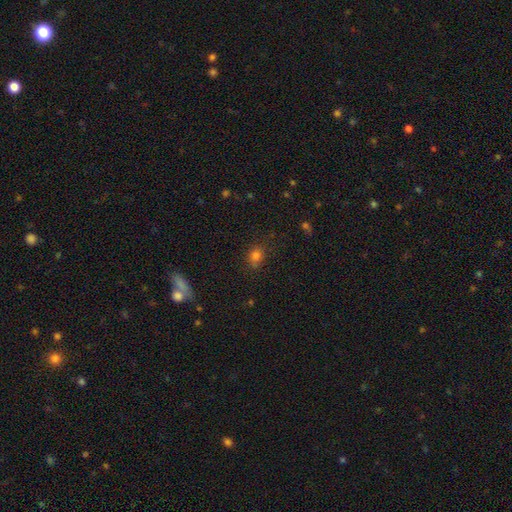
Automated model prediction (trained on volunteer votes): Smooth or featured?
  - smooth: 77% *
  - star or artifact: 17%
  - featured or disk: 6%
How rounded?
  - in between: 52% *
  - round: 46%
  - cigar-shaped: 2%
Merging?
  - none: 73% *
  - minor disturbance: 18%
  - major disturbance: 5%
  - merger: 4%